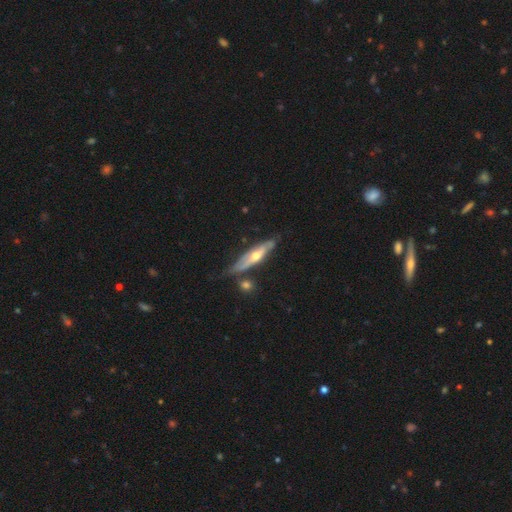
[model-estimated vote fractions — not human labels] Smooth or featured? featured or disk (67%)
Edge-on disk? yes (76%)
Edge-on bulge? rounded (87%)
Merging? none (65%)